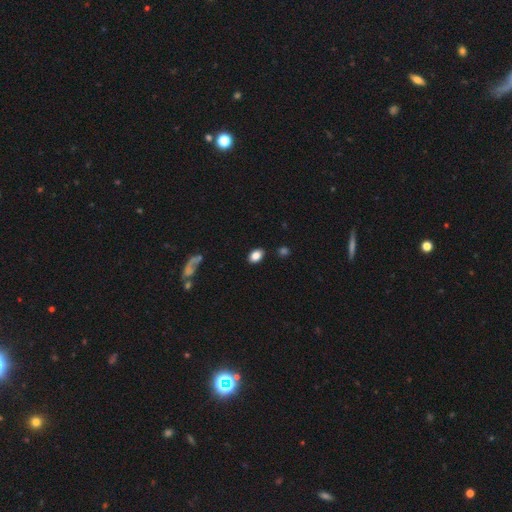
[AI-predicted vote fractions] A smooth galaxy with no disk features (85%) that is in between round and cigar-shaped (84%). Merging: none (86%).